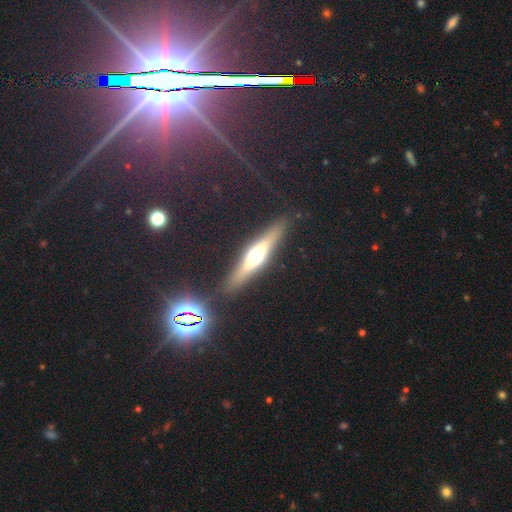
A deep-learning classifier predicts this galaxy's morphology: A featured or disk galaxy (64%) viewed edge-on (94%) with a rounded central bulge (92%).

Vote fractions:
- Smooth or featured? featured or disk: 64% / smooth: 28% / star or artifact: 8%
- Edge-on disk? yes: 94% / no: 6%
- Edge-on bulge? rounded: 92% / boxy: 5% / none: 3%
- Merging? none: 87% / minor disturbance: 8% / merger: 3% / major disturbance: 2%